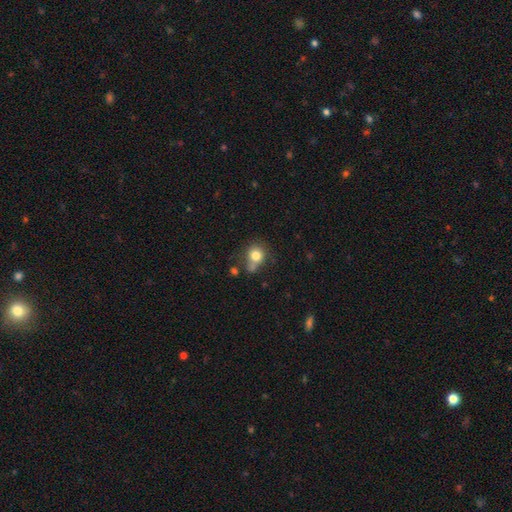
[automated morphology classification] smooth 79%, star or artifact 11%, featured or disk 10%. Down the decision tree: how rounded — round (76%); merging — none (52%).